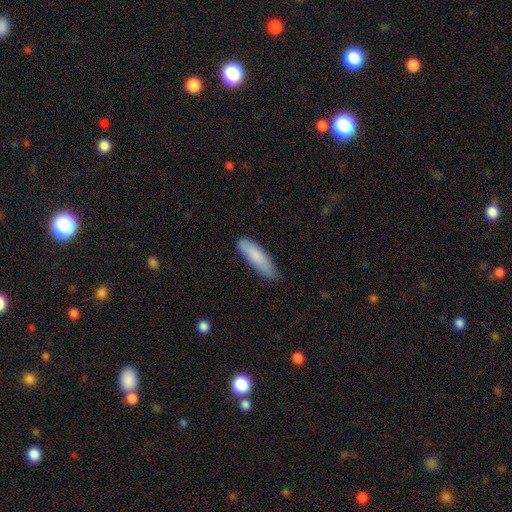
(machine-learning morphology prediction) A smooth galaxy with no disk features (84%) that is cigar-shaped (66%).

Vote fractions:
- Smooth or featured? smooth: 84% / featured or disk: 11% / star or artifact: 6%
- How rounded? cigar-shaped: 66% / in between: 33% / round: 1%
- Merging? none: 80% / minor disturbance: 17% / major disturbance: 3% / merger: 1%